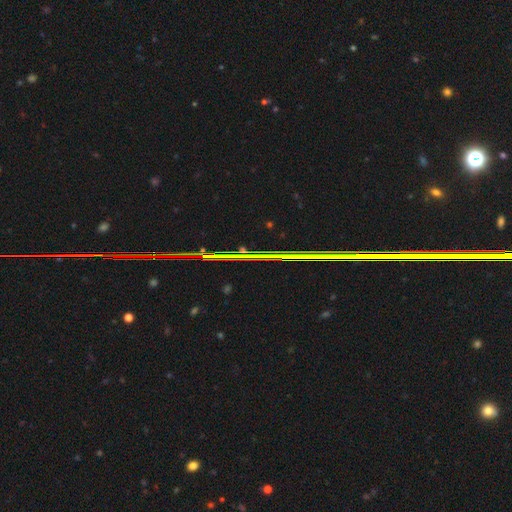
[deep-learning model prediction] Overall: star or artifact (85%).